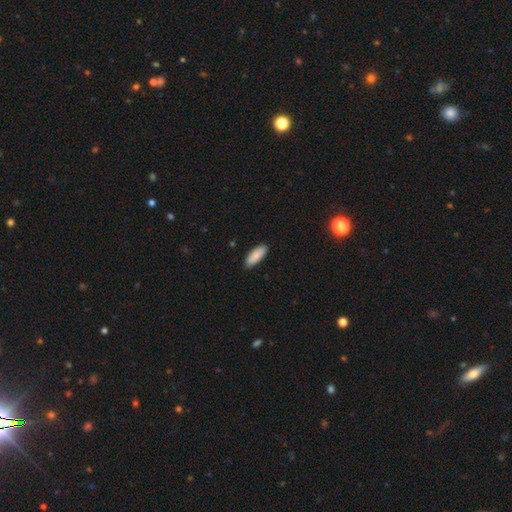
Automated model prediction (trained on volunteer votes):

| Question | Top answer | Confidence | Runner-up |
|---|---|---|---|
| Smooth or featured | smooth | 89% | featured or disk (6%) |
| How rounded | in between | 75% | cigar-shaped (24%) |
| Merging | none | 85% | minor disturbance (12%) |